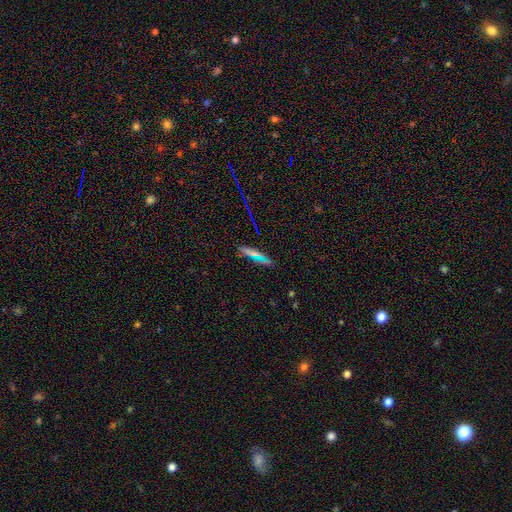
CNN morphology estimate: Smooth or featured: smooth — 56% (featured or disk — 25%)
How rounded: cigar-shaped — 65% (in between — 30%)
Merging: none — 79% (minor disturbance — 15%)